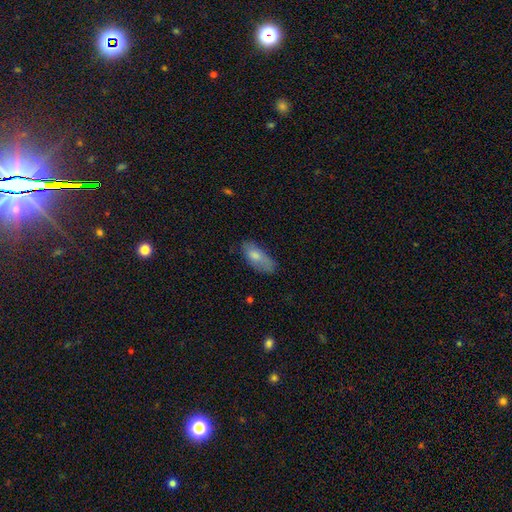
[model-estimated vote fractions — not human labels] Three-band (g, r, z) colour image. It shows a smooth galaxy with no disk features (77%) that is in between round and cigar-shaped (82%). Merging: none (60%).